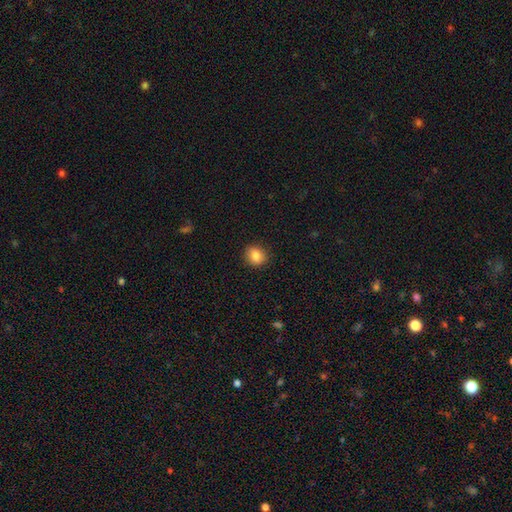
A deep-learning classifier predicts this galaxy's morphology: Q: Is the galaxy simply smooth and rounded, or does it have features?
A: smooth — 87%.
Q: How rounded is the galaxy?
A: round — 71%.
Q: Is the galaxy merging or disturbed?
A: none — 89%.